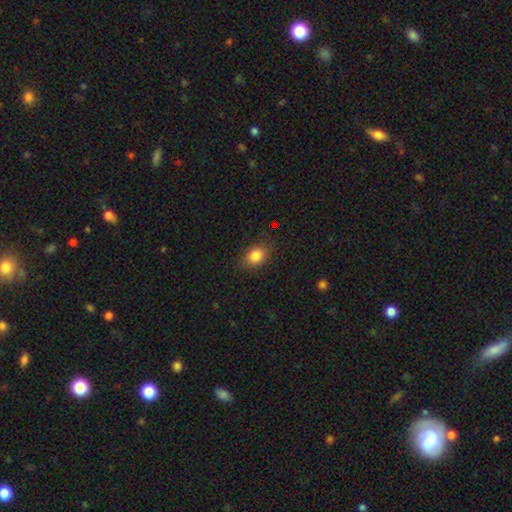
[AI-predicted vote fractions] This is clearly a smooth galaxy (84%). How rounded: likely in between (65%). Merging: clearly none (82%).